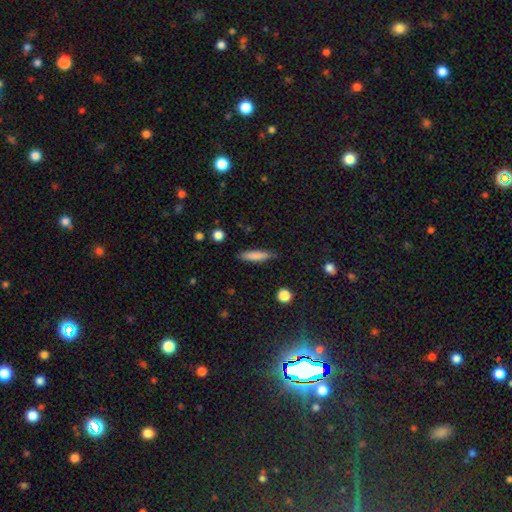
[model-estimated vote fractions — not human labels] Q: Smooth or featured?
A: smooth (81%); runner-up: featured or disk (12%)
Q: How rounded?
A: cigar-shaped (78%); runner-up: in between (21%)
Q: Merging?
A: none (82%); runner-up: minor disturbance (14%)